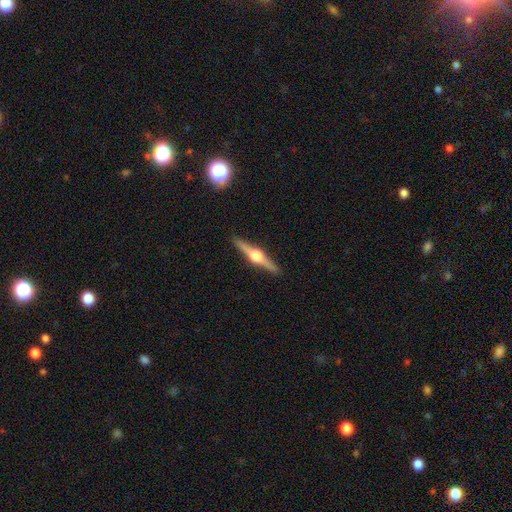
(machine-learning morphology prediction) smooth_or_featured: featured or disk (p=0.81) [alt: smooth p=0.14]
disk_edge_on: yes (p=0.98) [alt: no p=0.02]
edge_on_bulge: rounded (p=0.95) [alt: boxy p=0.03]
merging: none (p=0.92) [alt: minor disturbance p=0.06]